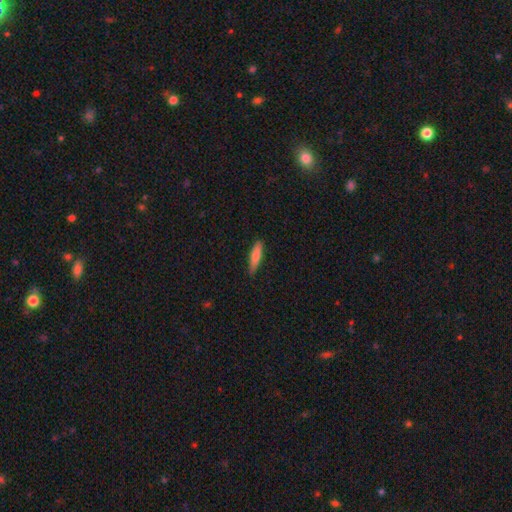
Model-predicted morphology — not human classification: Overall: smooth (74%). How rounded: cigar-shaped (75%). Merging: none (85%).